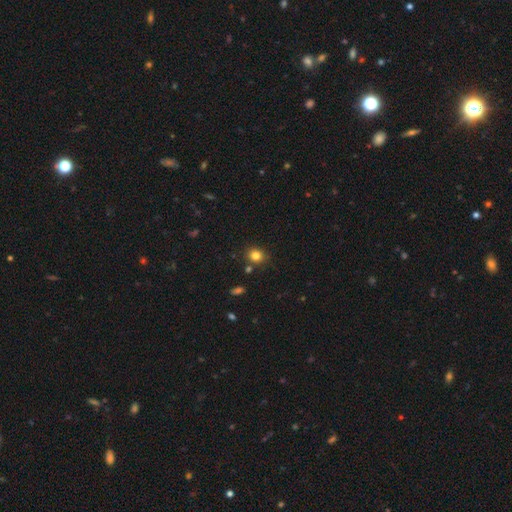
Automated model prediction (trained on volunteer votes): Smooth or featured? Predicted: smooth (p=0.81). How rounded? Predicted: round (p=0.77). Merging? Predicted: none (p=0.82).